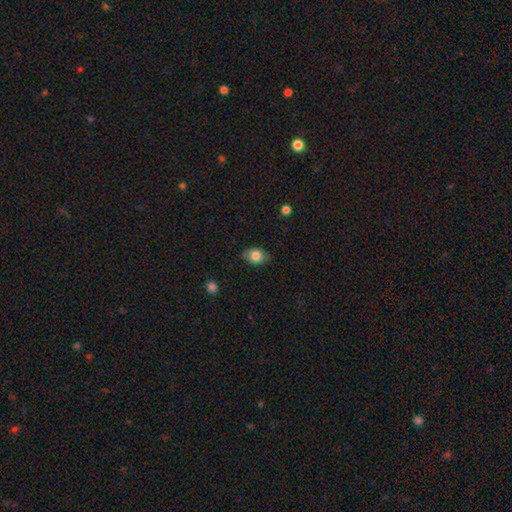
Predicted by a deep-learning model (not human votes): This is likely a smooth galaxy (78%). How rounded: likely in between (70%). Merging: likely none (78%).